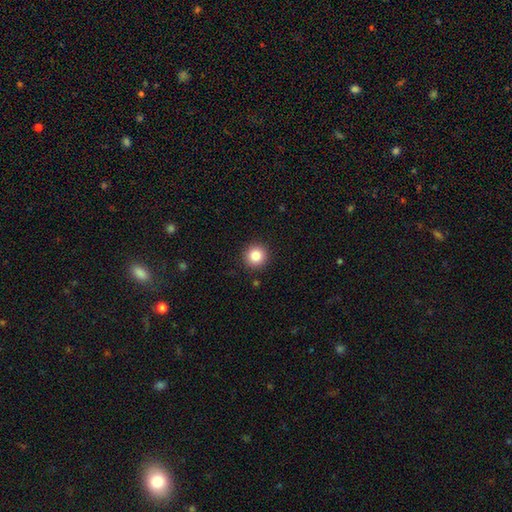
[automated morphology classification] Smooth or featured?
  - smooth: 85% *
  - star or artifact: 10%
  - featured or disk: 5%
How rounded?
  - round: 95% *
  - in between: 4%
  - cigar-shaped: 1%
Merging?
  - none: 92% *
  - minor disturbance: 5%
  - major disturbance: 2%
  - merger: 1%